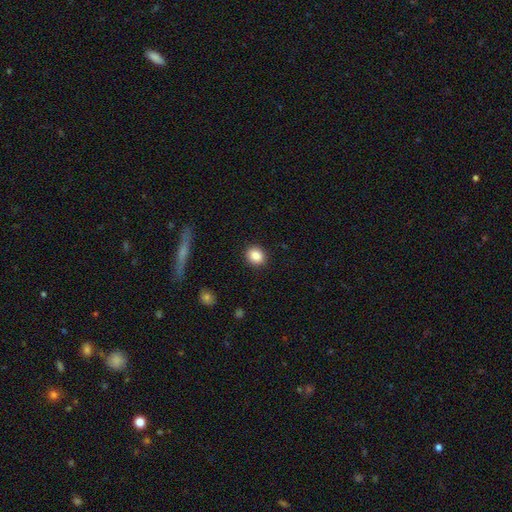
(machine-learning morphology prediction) Smooth or featured?
  - smooth: 86% *
  - star or artifact: 9%
  - featured or disk: 5%
How rounded?
  - round: 72% *
  - in between: 26%
  - cigar-shaped: 1%
Merging?
  - none: 90% *
  - minor disturbance: 7%
  - major disturbance: 2%
  - merger: 1%